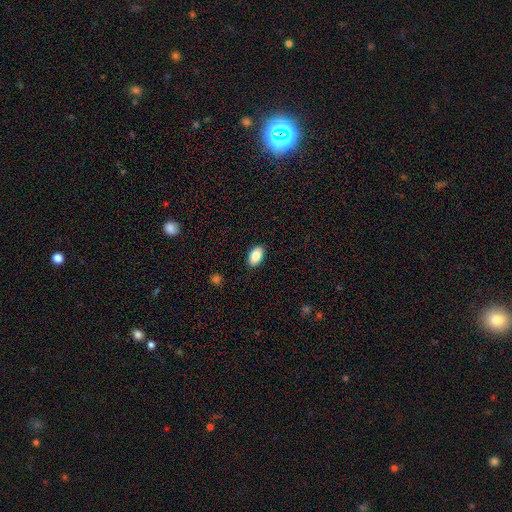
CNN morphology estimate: A smooth galaxy with no disk features (87%) that is in between round and cigar-shaped (94%). Merging: none (89%).